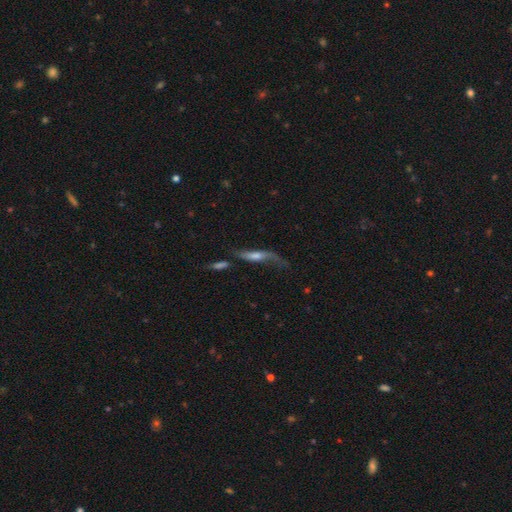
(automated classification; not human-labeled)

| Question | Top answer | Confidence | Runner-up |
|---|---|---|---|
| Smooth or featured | featured or disk | 61% | smooth (30%) |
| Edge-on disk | no | 56% | yes (44%) |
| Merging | none | 37% | major disturbance (27%) |